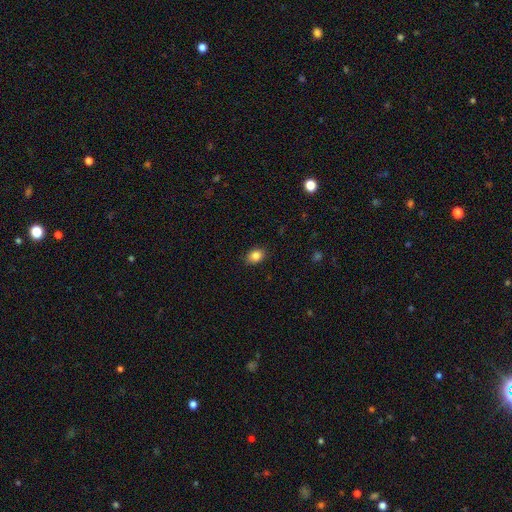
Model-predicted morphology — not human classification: smooth-or-featured: smooth: 84% | star or artifact: 10% | featured or disk: 6%
  how-rounded: in between: 59% | round: 40% | cigar-shaped: 1%
  merging: none: 87% | minor disturbance: 10% | major disturbance: 2% | merger: 1%